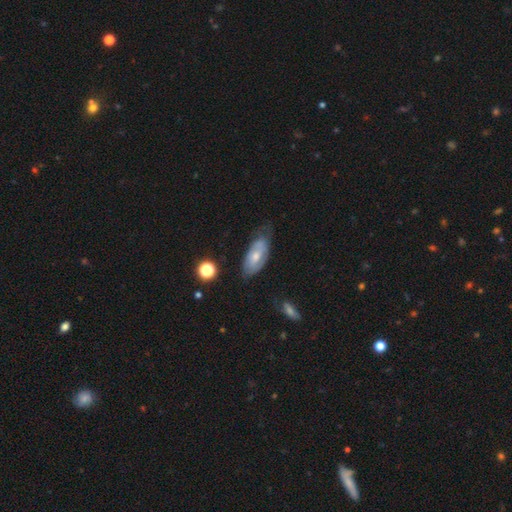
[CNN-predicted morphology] smooth-or-featured: featured or disk: 51% | smooth: 41% | star or artifact: 7%
  disk-edge-on: no: 88% | yes: 12%
  merging: none: 54% | minor disturbance: 33% | major disturbance: 11% | merger: 3%